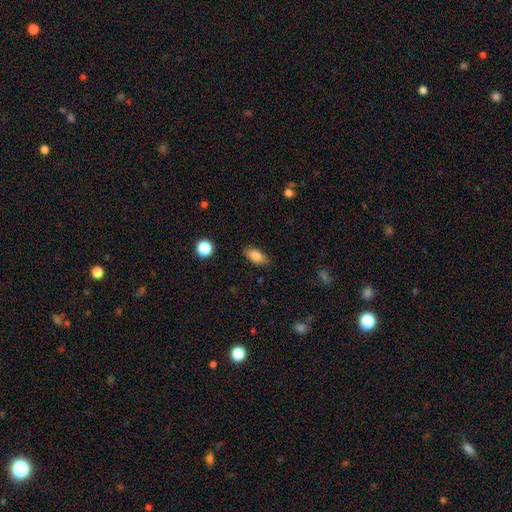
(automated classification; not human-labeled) Q: Smooth or featured?
A: smooth (83%); runner-up: featured or disk (8%)
Q: How rounded?
A: in between (86%); runner-up: cigar-shaped (9%)
Q: Merging?
A: none (84%); runner-up: minor disturbance (12%)